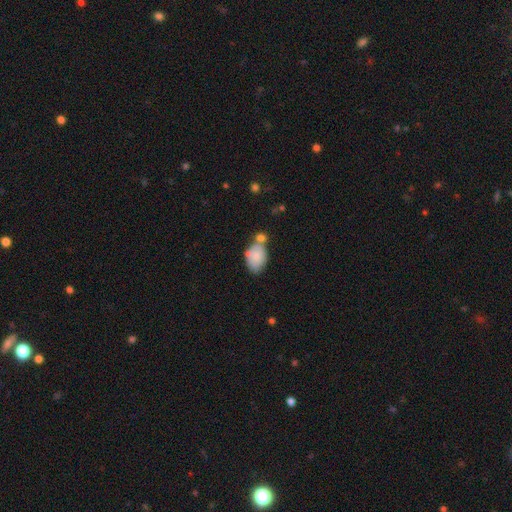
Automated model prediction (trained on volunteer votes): This appears to be a smooth galaxy with no disk features (79%) that is in between round and cigar-shaped (87%). Merging: none (40%).